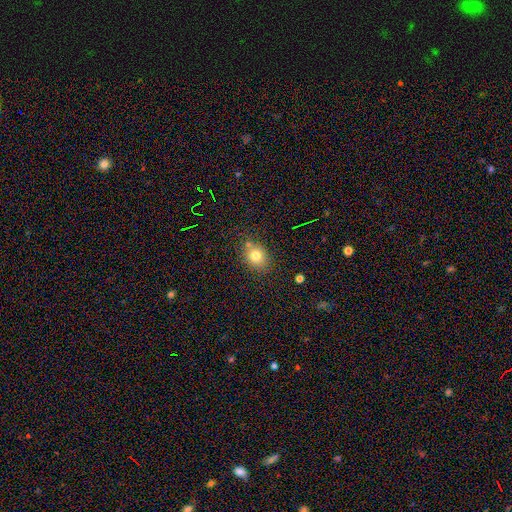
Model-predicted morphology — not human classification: This appears to be a smooth galaxy with no disk features (77%) that is round (60%). Merging: none (74%).